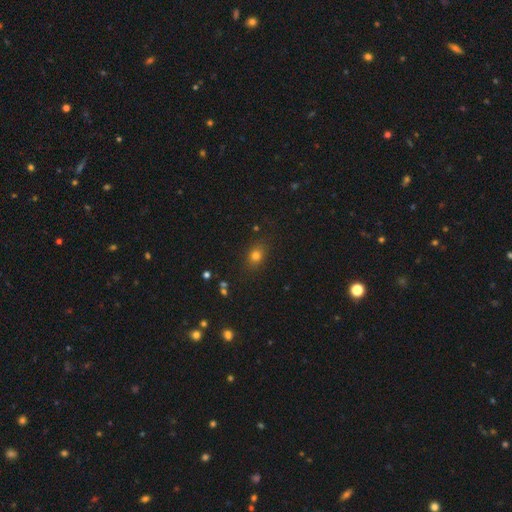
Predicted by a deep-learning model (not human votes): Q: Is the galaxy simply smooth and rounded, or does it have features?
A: smooth — 76%.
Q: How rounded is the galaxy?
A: in between — 51%.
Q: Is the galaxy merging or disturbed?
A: none — 81%.